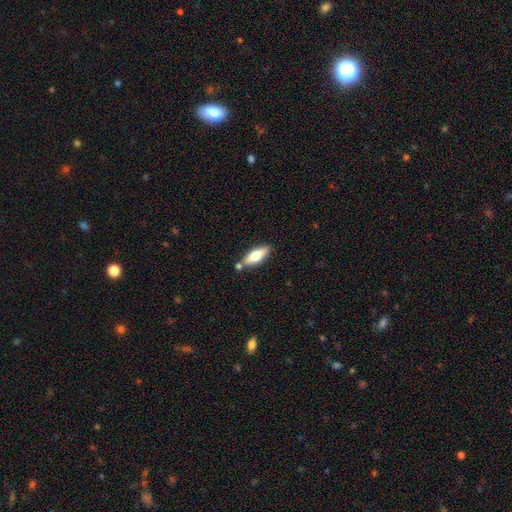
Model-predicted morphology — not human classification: Smooth or featured: smooth — 64% (featured or disk — 30%)
How rounded: in between — 64% (cigar-shaped — 34%)
Merging: none — 73% (minor disturbance — 13%)